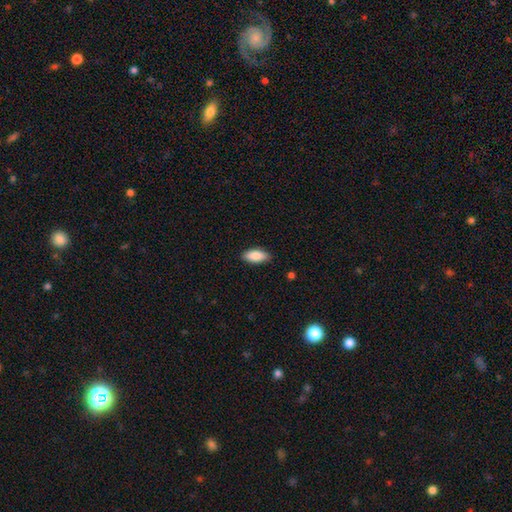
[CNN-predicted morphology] A smooth galaxy with no disk features (86%) that is in between round and cigar-shaped (88%).

Vote fractions:
- Smooth or featured? smooth: 86% / featured or disk: 8% / star or artifact: 6%
- How rounded? in between: 88% / cigar-shaped: 10% / round: 2%
- Merging? none: 87% / minor disturbance: 10% / major disturbance: 2% / merger: 1%